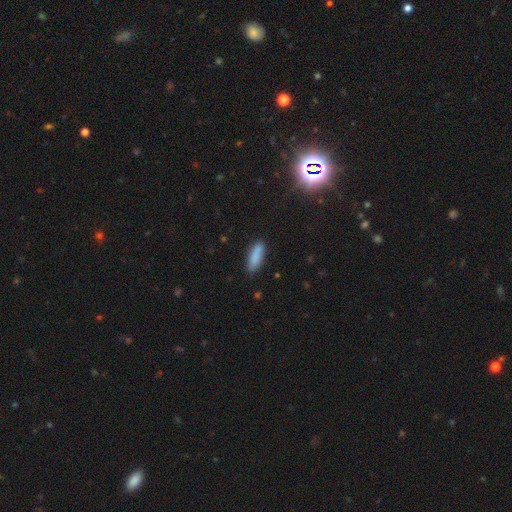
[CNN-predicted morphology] Smooth or featured?
  - smooth: 87% *
  - star or artifact: 7%
  - featured or disk: 6%
How rounded?
  - in between: 55% *
  - cigar-shaped: 44%
  - round: 2%
Merging?
  - none: 85% *
  - minor disturbance: 11%
  - major disturbance: 2%
  - merger: 1%